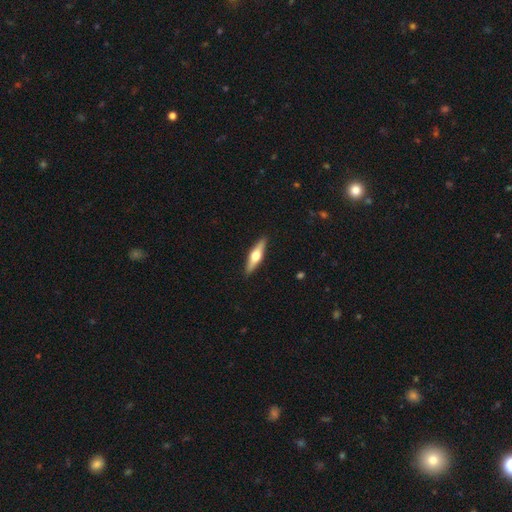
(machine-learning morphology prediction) Smooth or featured? featured or disk (59%)
Edge-on disk? yes (95%)
Edge-on bulge? rounded (95%)
Merging? none (91%)